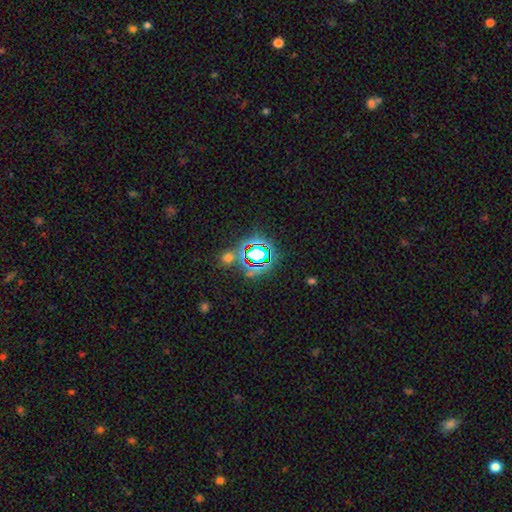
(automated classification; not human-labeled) star or artifact 70%, smooth 20%, featured or disk 10%.